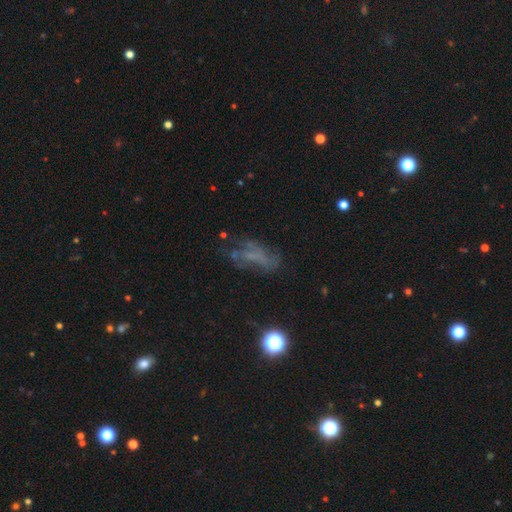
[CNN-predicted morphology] Smooth or featured? Predicted: featured or disk (p=0.44). Merging? Predicted: none (p=0.49).